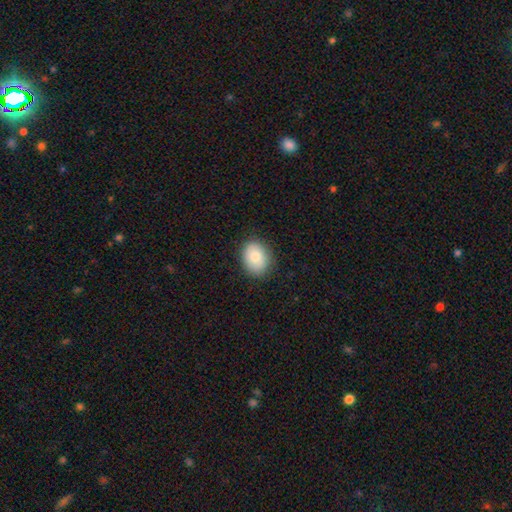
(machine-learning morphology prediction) This appears to be a smooth galaxy with no disk features (82%) that is in between round and cigar-shaped (63%). Merging: none (86%).